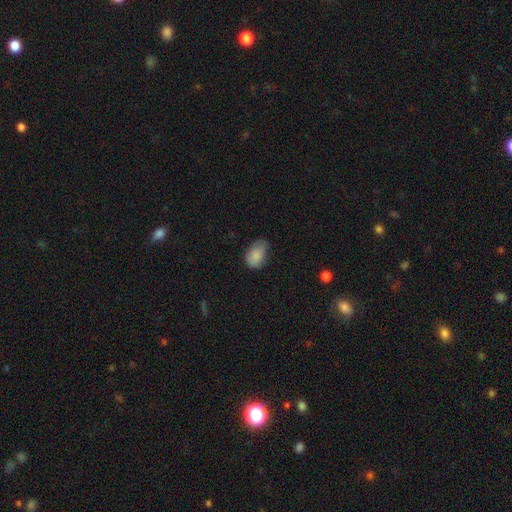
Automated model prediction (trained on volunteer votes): smooth 84%, featured or disk 8%, star or artifact 8%. Down the decision tree: how rounded — in between (83%); merging — none (49%).